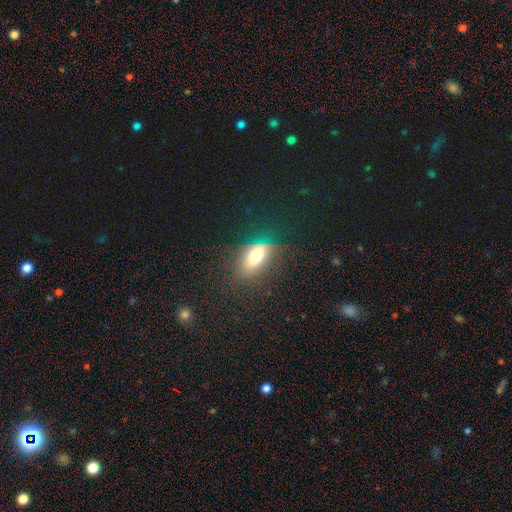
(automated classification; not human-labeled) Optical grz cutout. It shows a smooth galaxy with no disk features (67%) that is in between round and cigar-shaped (81%). Merging: none (70%).